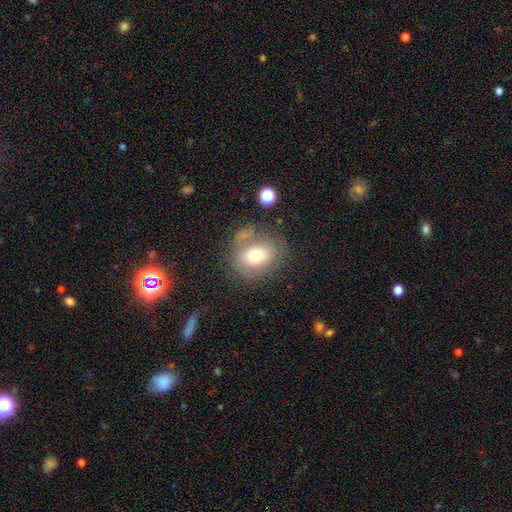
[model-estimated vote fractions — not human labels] A smooth galaxy with no disk features (63%) that is in between round and cigar-shaped (52%). Merging: none (54%).